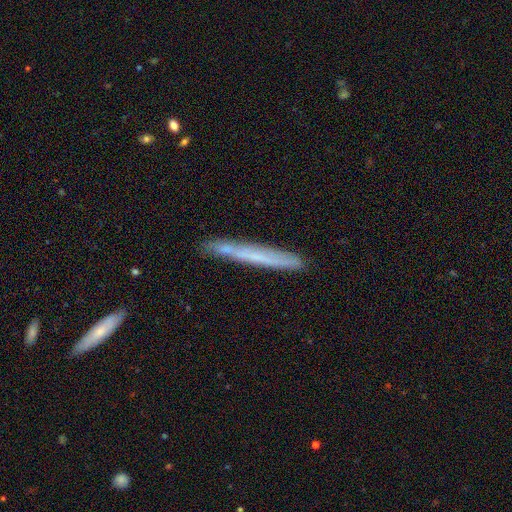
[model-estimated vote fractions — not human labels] Q: Smooth or featured?
A: smooth (50%); runner-up: featured or disk (42%)
Q: How rounded?
A: cigar-shaped (97%); runner-up: in between (2%)
Q: Merging?
A: none (84%); runner-up: minor disturbance (12%)